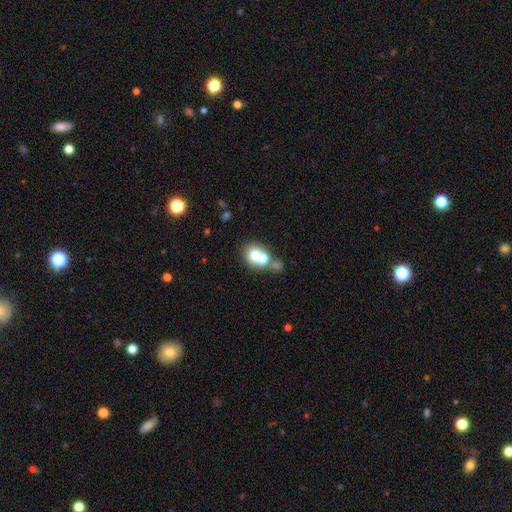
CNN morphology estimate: Smooth or featured?
  - smooth: 64% *
  - featured or disk: 23%
  - star or artifact: 14%
How rounded?
  - round: 63% *
  - in between: 36%
  - cigar-shaped: 1%
Merging?
  - merger: 54% *
  - none: 34%
  - minor disturbance: 8%
  - major disturbance: 4%